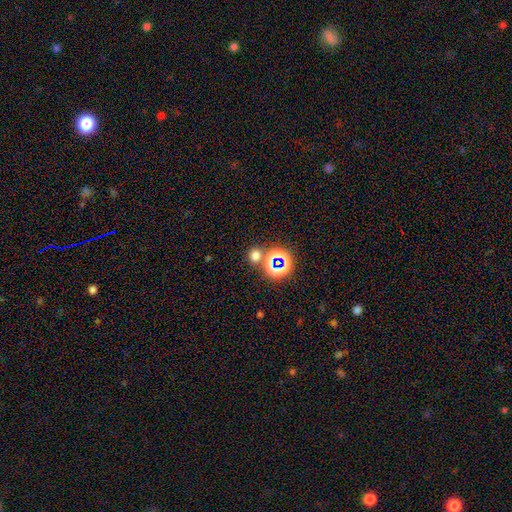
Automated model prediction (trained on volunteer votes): Overall: smooth (61%; star or artifact 33%). How rounded: round (80%). Merging: none (73%).